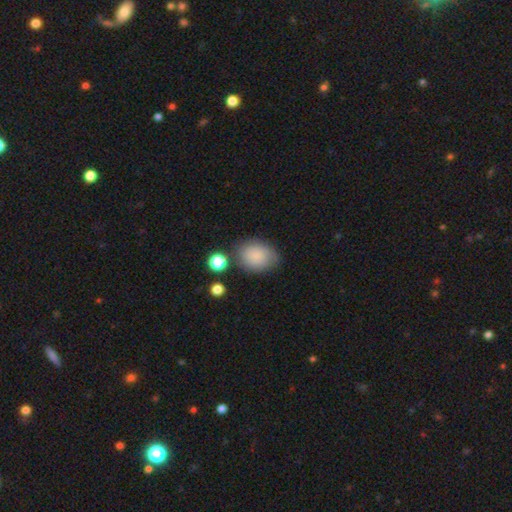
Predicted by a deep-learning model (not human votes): smooth-or-featured: smooth: 80% | featured or disk: 11% | star or artifact: 9%
  how-rounded: in between: 60% | round: 39% | cigar-shaped: 1%
  merging: none: 71% | minor disturbance: 18% | merger: 6% | major disturbance: 5%